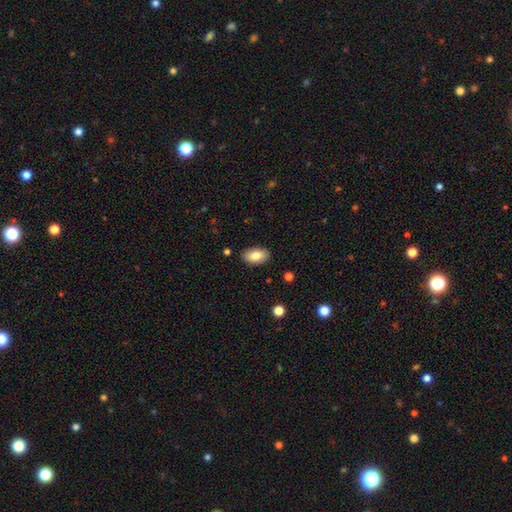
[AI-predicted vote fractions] This is clearly a smooth galaxy (82%). How rounded: clearly in between (93%). Merging: clearly none (86%).